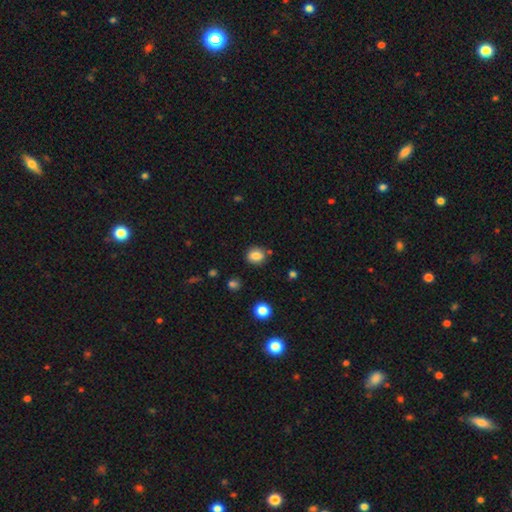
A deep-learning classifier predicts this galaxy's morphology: Smooth or featured?
  - smooth: 83% *
  - star or artifact: 10%
  - featured or disk: 6%
How rounded?
  - round: 61% *
  - in between: 38%
  - cigar-shaped: 1%
Merging?
  - none: 81% *
  - minor disturbance: 12%
  - merger: 5%
  - major disturbance: 3%